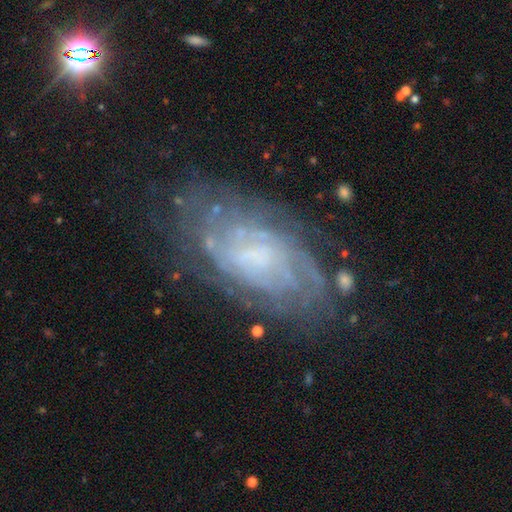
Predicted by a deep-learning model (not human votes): This is likely a featured or disk galaxy (77%). It is clearly not viewed edge-on (94%). Bar: possibly no (55%). Spiral arm pattern: clearly yes (85%). Spiral arm count: possibly can't tell (58%). Spiral winding: likely tight (64%). Central bulge: marginally none (35%). Merging: likely none (67%).